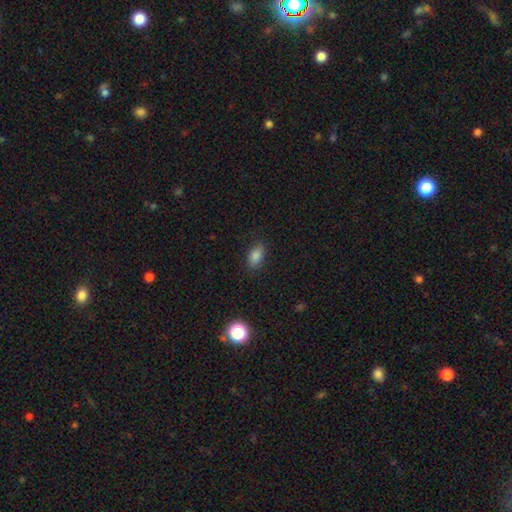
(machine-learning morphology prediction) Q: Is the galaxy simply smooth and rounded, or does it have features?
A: smooth — 82%.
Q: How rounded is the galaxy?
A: in between — 86%.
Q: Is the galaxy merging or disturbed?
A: none — 82%.